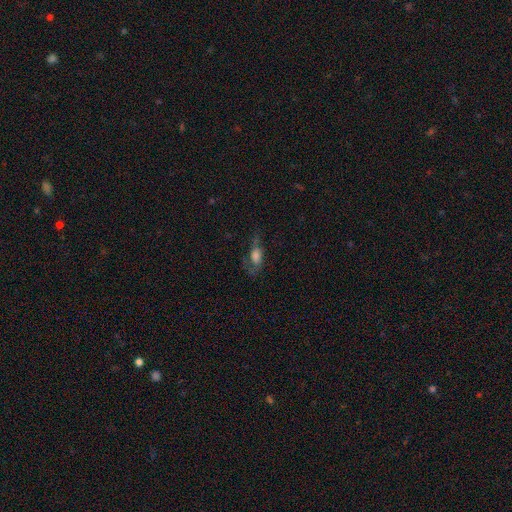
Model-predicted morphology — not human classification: type=smooth (51%); roundness=in between (76%); merging=none (41%).